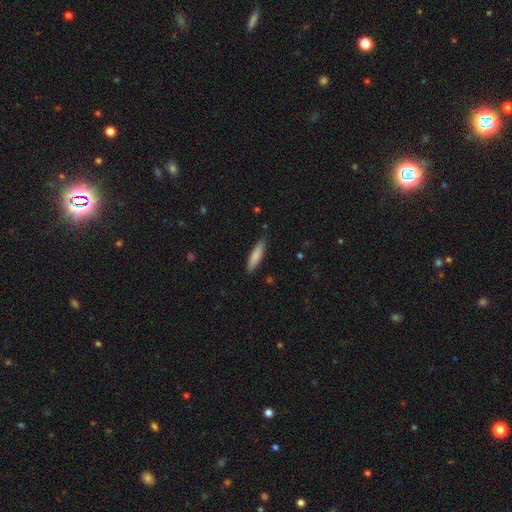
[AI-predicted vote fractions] A smooth galaxy with no disk features (82%) that is cigar-shaped (72%).

Vote fractions:
- Smooth or featured? smooth: 82% / featured or disk: 12% / star or artifact: 6%
- How rounded? cigar-shaped: 72% / in between: 26% / round: 1%
- Merging? none: 85% / minor disturbance: 11% / major disturbance: 2% / merger: 1%